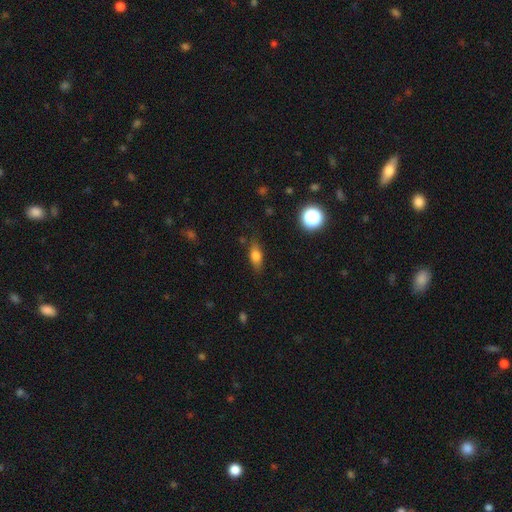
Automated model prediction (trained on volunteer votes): The model was most divided on "smooth or featured": smooth: 70%, featured or disk: 19%, star or artifact: 10%. More confident: merging — none (78%); how rounded — in between (72%).